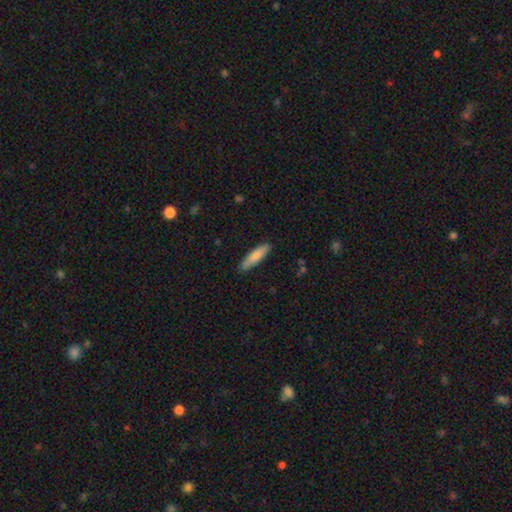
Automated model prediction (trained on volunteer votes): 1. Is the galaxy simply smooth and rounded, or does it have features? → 81% smooth, 14% featured or disk, 5% star or artifact.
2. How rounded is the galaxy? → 77% cigar-shaped, 22% in between, 1% round.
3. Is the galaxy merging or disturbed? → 84% none, 12% minor disturbance, 2% major disturbance, 1% merger.